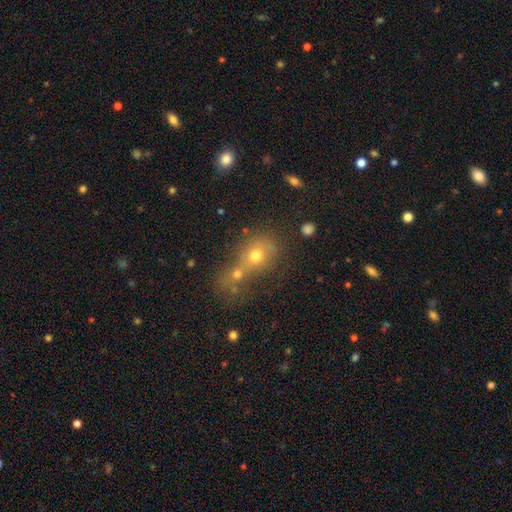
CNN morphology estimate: type=smooth (64%); roundness=round (68%); merging=merger (61%).